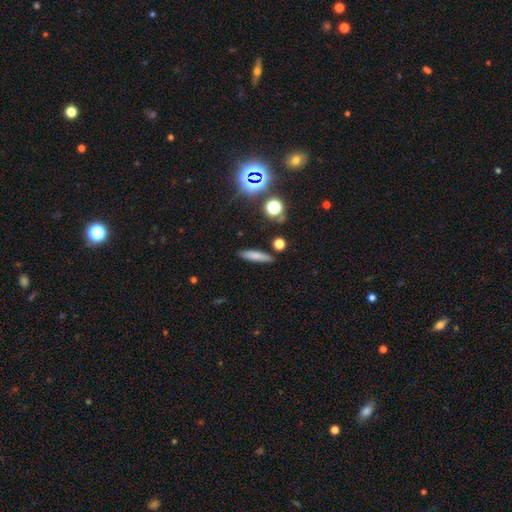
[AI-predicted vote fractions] A smooth galaxy with no disk features (75%) that is cigar-shaped (78%). Merging: none (85%).